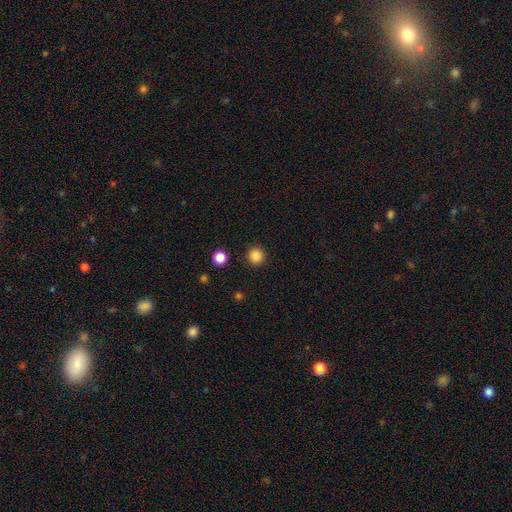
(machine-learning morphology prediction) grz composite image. It shows a smooth galaxy with no disk features (85%) that is round (96%). Merging: none (93%).